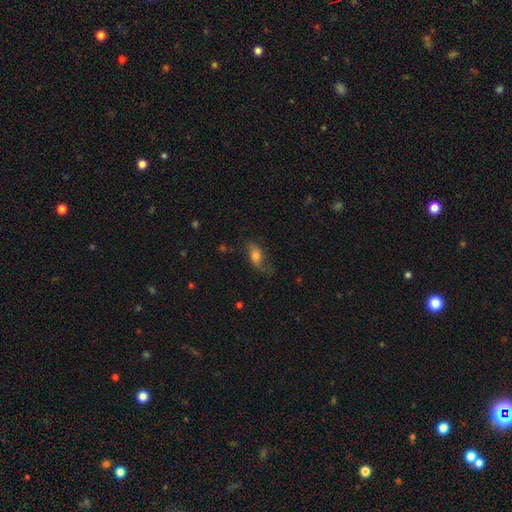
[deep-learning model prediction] Overall: smooth (58%; featured or disk 32%). How rounded: in between (81%). Merging: none (60%; minor disturbance 25%).